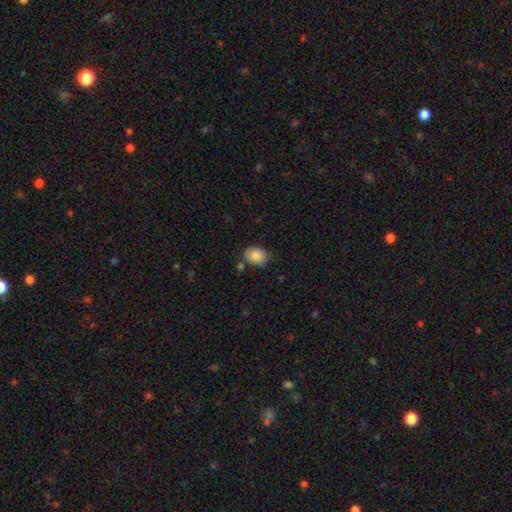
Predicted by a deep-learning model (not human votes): Smooth or featured? Predicted: smooth (p=0.87). How rounded? Predicted: in between (p=0.70). Merging? Predicted: none (p=0.72).